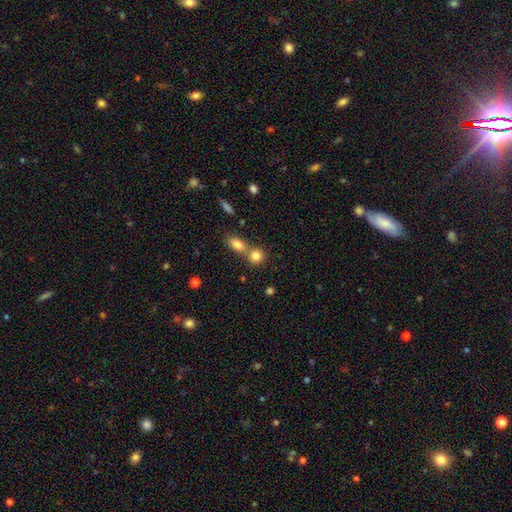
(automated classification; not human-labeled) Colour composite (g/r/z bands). It shows a smooth galaxy with no disk features (82%) that is round (78%). Merging: none (48%).